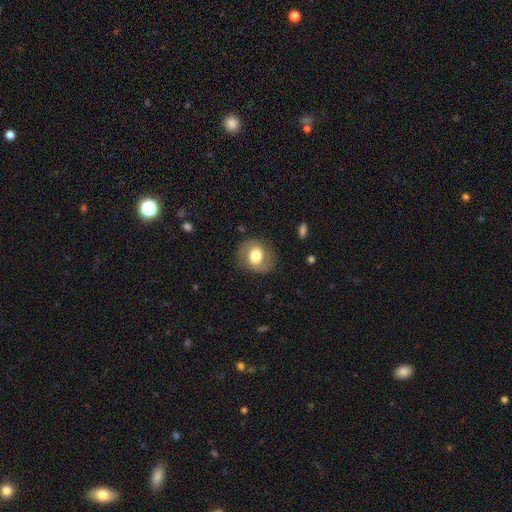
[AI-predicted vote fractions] A smooth galaxy with no disk features (58%) that is round (60%).

Vote fractions:
- Smooth or featured? smooth: 58% / featured or disk: 34% / star or artifact: 7%
- How rounded? round: 60% / in between: 39% / cigar-shaped: 1%
- Merging? none: 80% / minor disturbance: 13% / major disturbance: 6% / merger: 1%